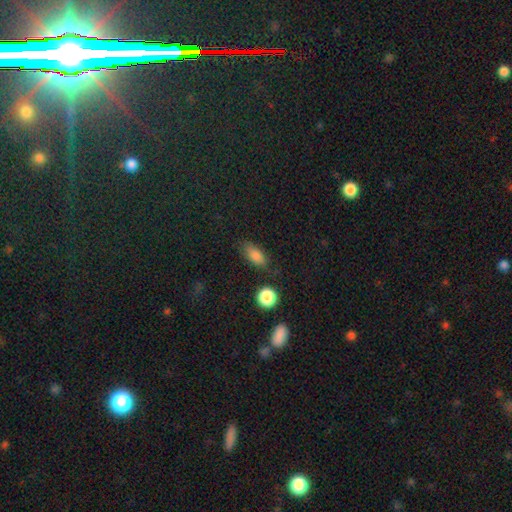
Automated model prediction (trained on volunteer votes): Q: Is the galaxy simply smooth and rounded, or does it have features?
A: smooth — 81%.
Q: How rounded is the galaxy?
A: in between — 81%.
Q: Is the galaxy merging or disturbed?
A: none — 75%.